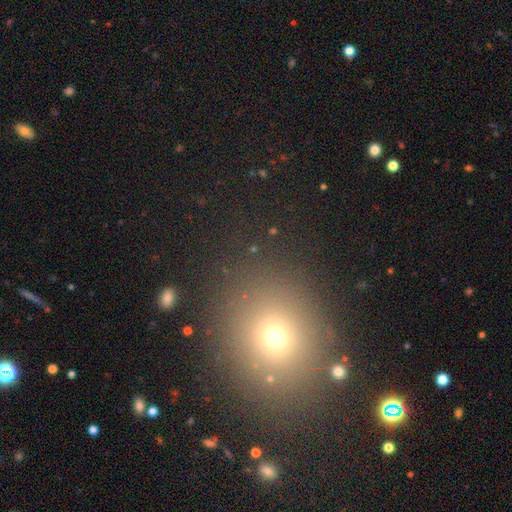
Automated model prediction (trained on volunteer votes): A smooth galaxy with no disk features (59%) that is round (72%). Merging: none (85%).